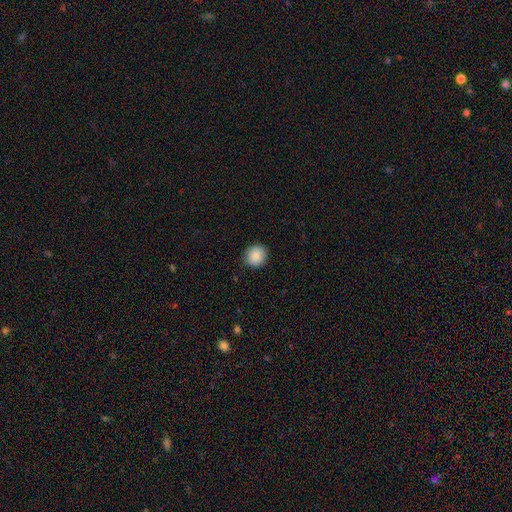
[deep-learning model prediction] Morphology: type=smooth (88%); roundness=round (88%); merging=none (88%).